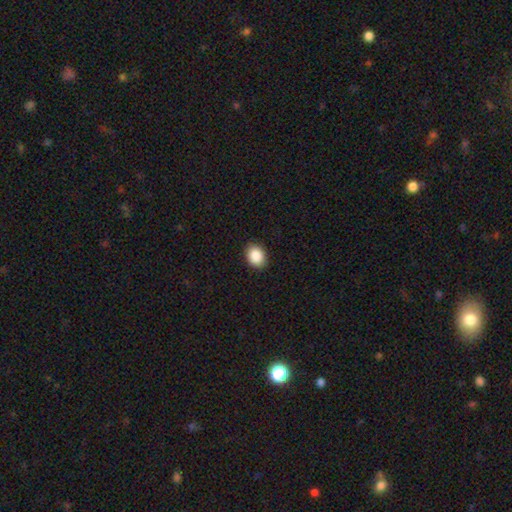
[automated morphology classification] Q: Smooth or featured?
A: smooth (89%); runner-up: star or artifact (8%)
Q: How rounded?
A: in between (64%); runner-up: round (35%)
Q: Merging?
A: none (90%); runner-up: minor disturbance (7%)